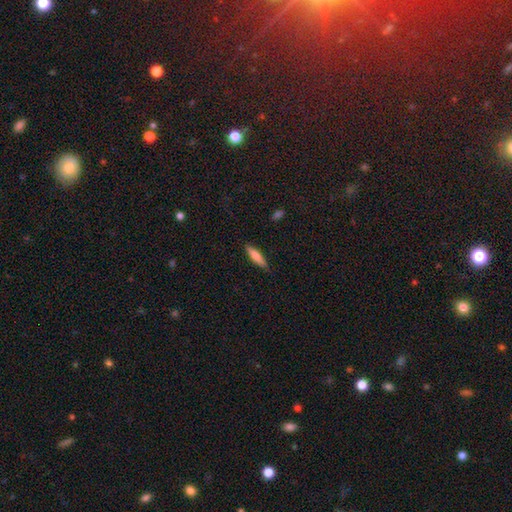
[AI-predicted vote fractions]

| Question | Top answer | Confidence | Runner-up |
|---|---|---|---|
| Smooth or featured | smooth | 70% | featured or disk (24%) |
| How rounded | cigar-shaped | 73% | in between (25%) |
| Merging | none | 85% | minor disturbance (11%) |